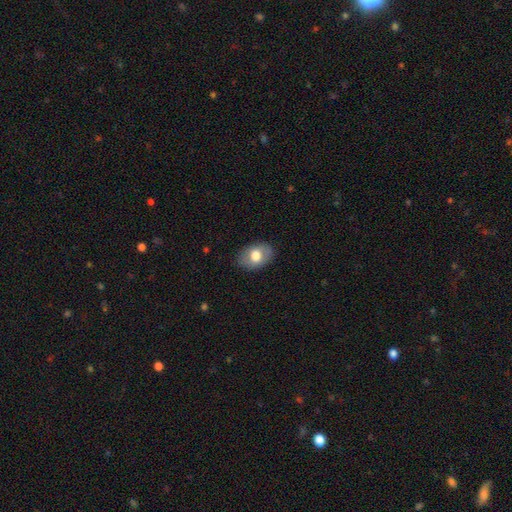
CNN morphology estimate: smooth 70%, featured or disk 24%, star or artifact 7%. Down the decision tree: how rounded — in between (82%); merging — none (83%).